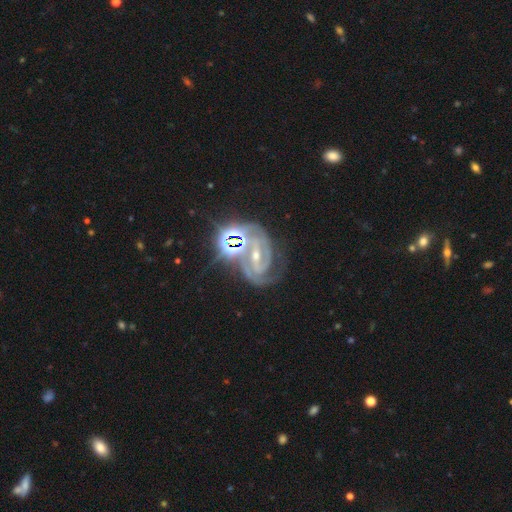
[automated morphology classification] The model was most divided on "spiral winding": tight: 51%, medium: 40%, loose: 9%. More confident: edge-on disk — no (97%); spiral arms — yes (96%); smooth or featured — featured or disk (79%); spiral arm count — 2 (71%); bulge size — small (58%); bar — strong (58%); merging — none (57%).